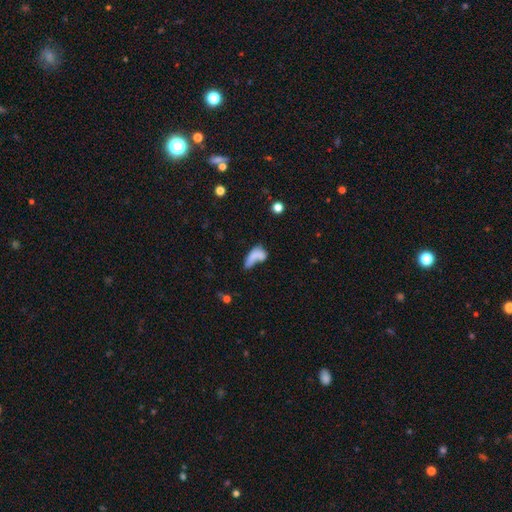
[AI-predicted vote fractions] Smooth or featured? Predicted: smooth (p=0.67). How rounded? Predicted: in between (p=0.73). Merging? Predicted: merger (p=0.36).